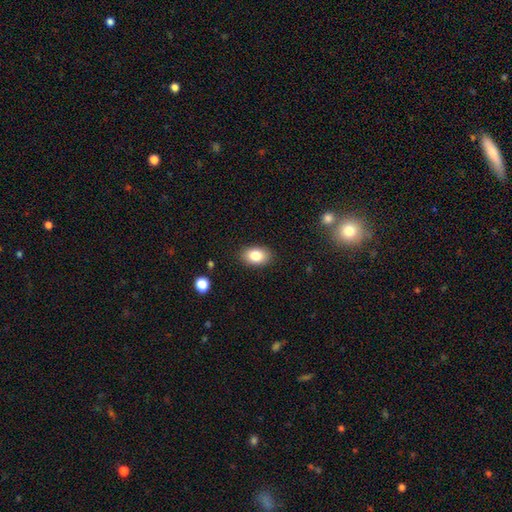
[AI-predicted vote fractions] Morphology: type=smooth (84%); roundness=in between (85%); merging=none (87%).